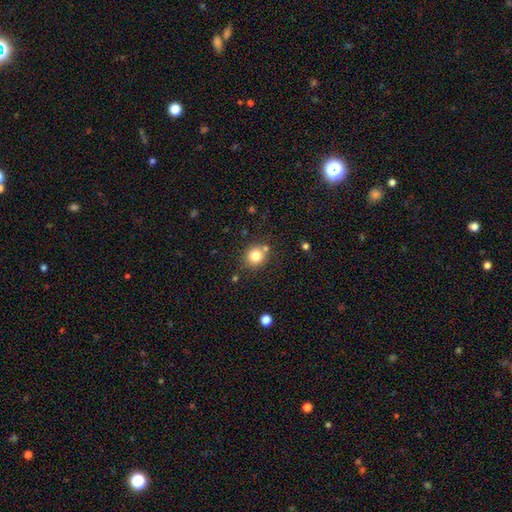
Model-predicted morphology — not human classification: Smooth or featured? Predicted: smooth (p=0.80). How rounded? Predicted: round (p=0.86). Merging? Predicted: none (p=0.74).